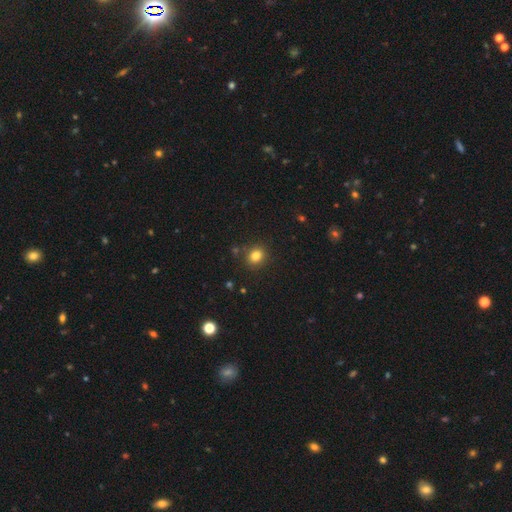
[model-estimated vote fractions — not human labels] smooth 82%, star or artifact 12%, featured or disk 6%. Down the decision tree: how rounded — round (69%); merging — none (86%).